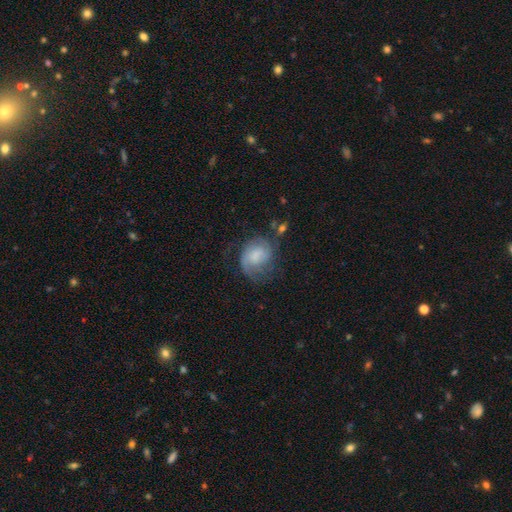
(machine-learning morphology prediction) smooth-or-featured: featured or disk: 59% | smooth: 33% | star or artifact: 8%
  disk-edge-on: no: 98% | yes: 2%
    bar: no: 52% | weak: 41% | strong: 7%
    has-spiral-arms: yes: 88% | no: 12%
      spiral-winding: medium: 43% | tight: 35% | loose: 22%
      spiral-arm-count: 2: 53% | can't tell: 20% | 1: 15% | 3: 7% | 4: 2% | more than 4: 2%
    bulge-size: moderate: 28% (tied) | none: 28% (tied) | small: 25% | large: 16% | dominant: 3%
  merging: none: 52% | minor disturbance: 24% | major disturbance: 21% | merger: 4%